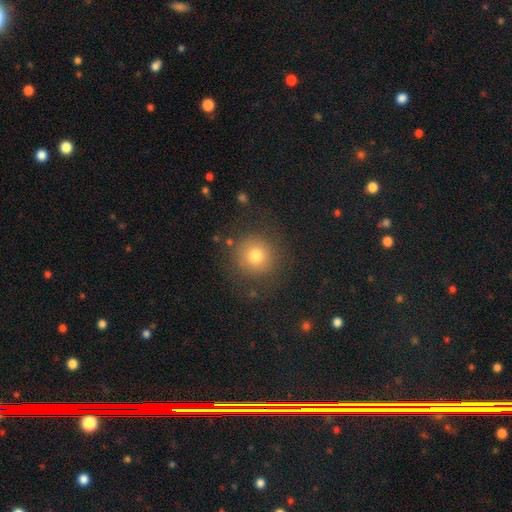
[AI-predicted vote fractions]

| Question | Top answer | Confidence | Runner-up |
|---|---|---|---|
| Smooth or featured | smooth | 76% | star or artifact (13%) |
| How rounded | round | 93% | in between (6%) |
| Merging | none | 83% | minor disturbance (10%) |